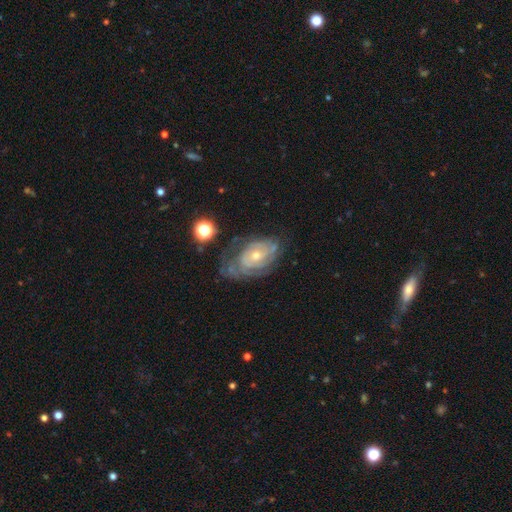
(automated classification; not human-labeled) A featured or disk galaxy (77%) with no bar (76%), tight (68%) spiral arms (85%) and a small central bulge (52%).

Vote fractions:
- Smooth or featured? featured or disk: 77% / smooth: 15% / star or artifact: 8%
- Edge-on disk? no: 95% / yes: 5%
- Bar? no: 76% / weak: 20% / strong: 4%
- Spiral arms? yes: 85% / no: 15%
- Spiral winding? tight: 68% / medium: 24% / loose: 8%
- Spiral arm count? can't tell: 50% / 2: 26% / 3: 10% / 1: 6% / 4: 5% / more than 4: 3%
- Bulge size? small: 52% / moderate: 43% / large: 2% / none: 2% / dominant: 1%
- Merging? none: 55% / minor disturbance: 26% / major disturbance: 16% / merger: 3%